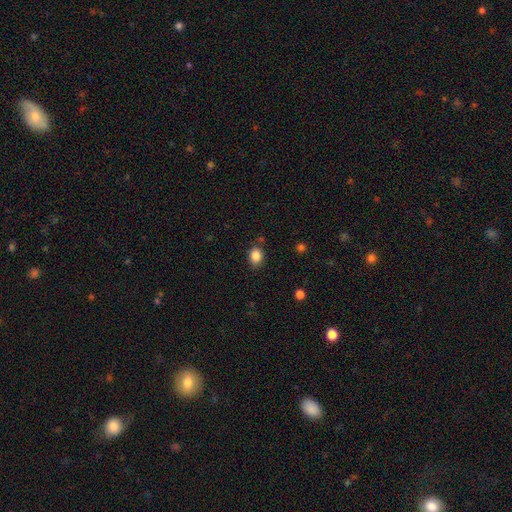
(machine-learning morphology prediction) Q: Smooth or featured?
A: smooth (85%); runner-up: star or artifact (10%)
Q: How rounded?
A: in between (55%); runner-up: round (44%)
Q: Merging?
A: none (81%); runner-up: minor disturbance (13%)